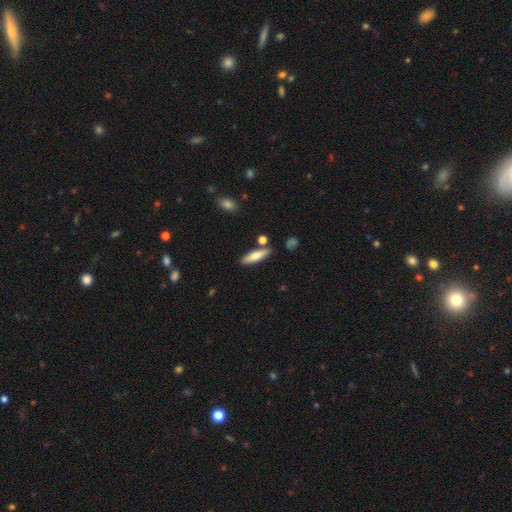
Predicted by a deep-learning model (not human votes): Q: Smooth or featured?
A: smooth (66%); runner-up: featured or disk (28%)
Q: How rounded?
A: cigar-shaped (63%); runner-up: in between (35%)
Q: Merging?
A: none (81%); runner-up: minor disturbance (10%)